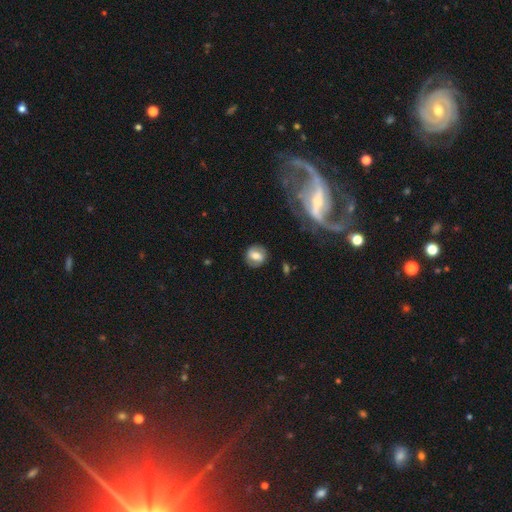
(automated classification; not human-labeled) A smooth galaxy with no disk features (53%) that is round (64%).

Vote fractions:
- Smooth or featured? smooth: 53% / featured or disk: 38% / star or artifact: 8%
- How rounded? round: 64% / in between: 34% / cigar-shaped: 2%
- Merging? none: 81% / minor disturbance: 12% / major disturbance: 5% / merger: 2%